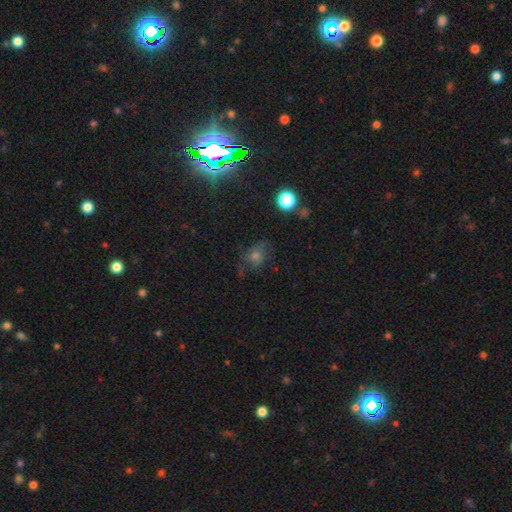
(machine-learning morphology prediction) Smooth or featured? Predicted: star or artifact (p=0.37).